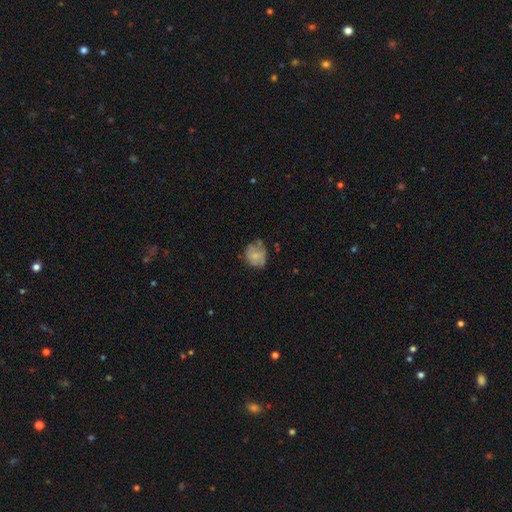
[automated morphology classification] This is likely a smooth galaxy (61%). How rounded: likely round (68%). Merging: possibly none (54%).